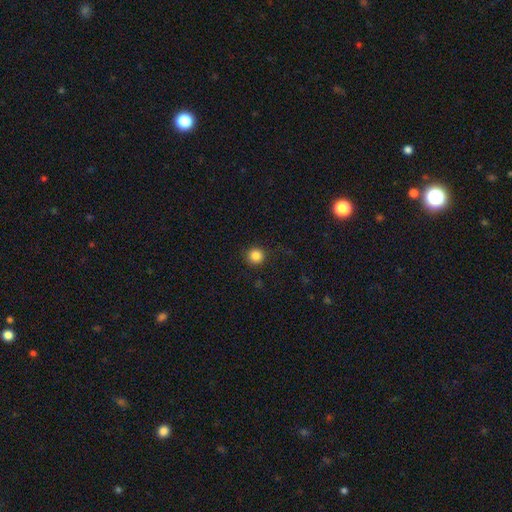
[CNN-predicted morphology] The model was most divided on "smooth or featured": smooth: 85%, star or artifact: 11%, featured or disk: 4%. More confident: how rounded — round (94%); merging — none (90%).